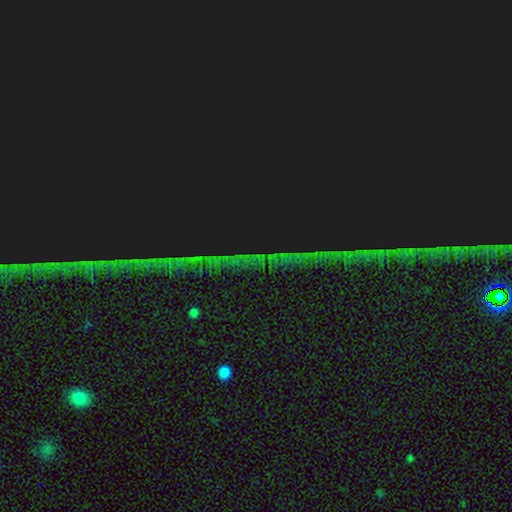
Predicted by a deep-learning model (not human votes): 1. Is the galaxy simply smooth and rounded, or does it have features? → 84% star or artifact, 8% featured or disk, 8% smooth.